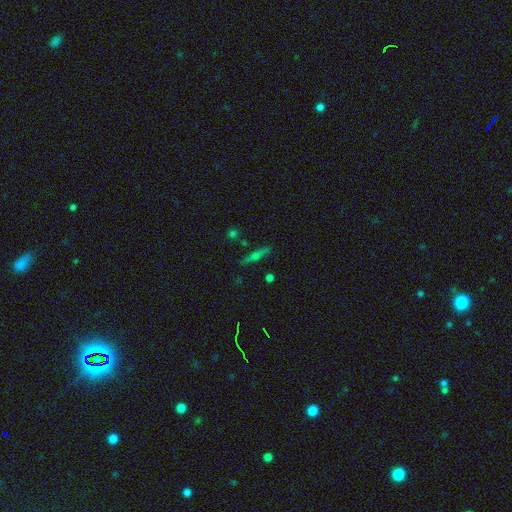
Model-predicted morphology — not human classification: type=featured or disk (57%); edge-on=yes (95%); edge-on bulge=rounded (81%); merging=none (86%).